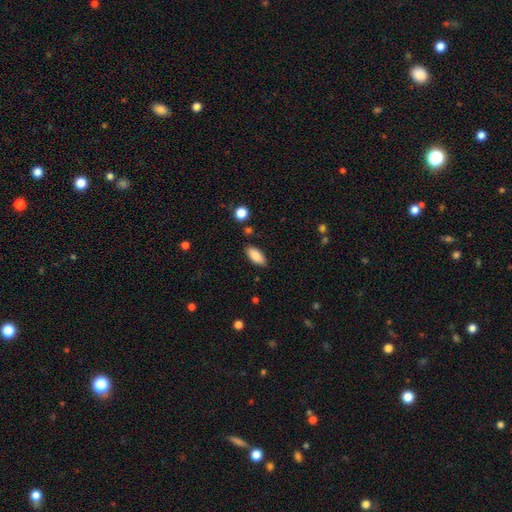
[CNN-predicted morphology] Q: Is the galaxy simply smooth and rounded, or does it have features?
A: smooth — 87%.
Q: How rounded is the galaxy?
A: in between — 86%.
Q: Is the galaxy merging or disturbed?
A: none — 85%.